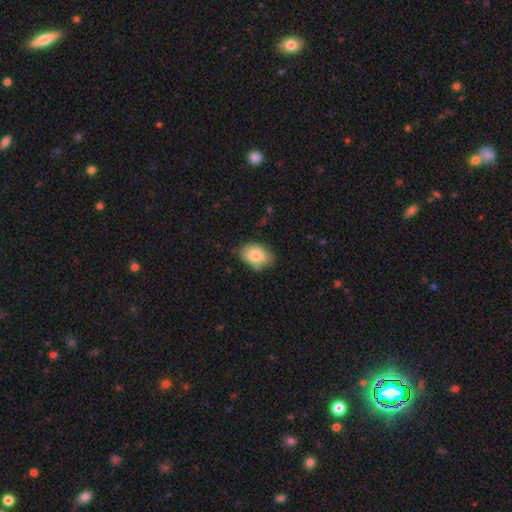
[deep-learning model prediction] Smooth or featured: smooth — 79% (featured or disk — 14%)
How rounded: in between — 85% (round — 14%)
Merging: none — 63% (minor disturbance — 26%)